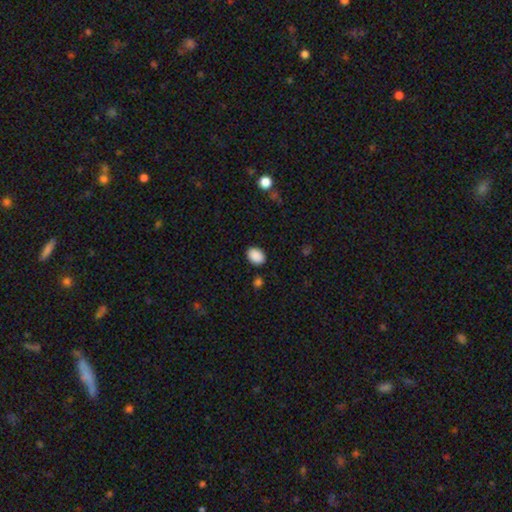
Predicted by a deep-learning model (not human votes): This is clearly a smooth galaxy (90%). How rounded: likely in between (77%). Merging: clearly none (88%).